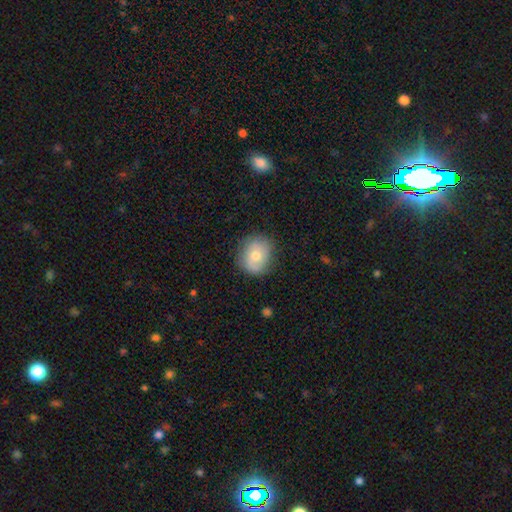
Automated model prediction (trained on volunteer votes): A smooth galaxy with no disk features (61%) that is round (64%). Merging: none (78%).